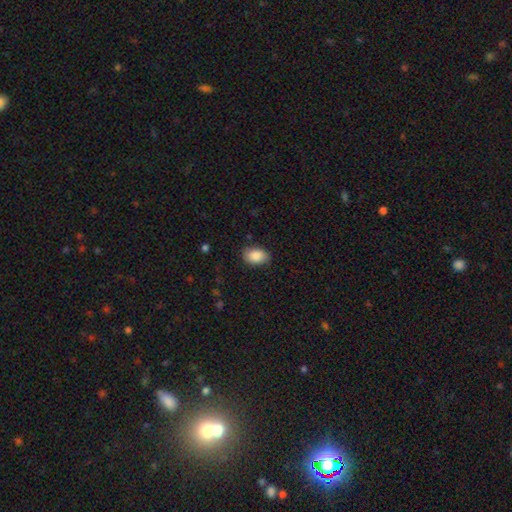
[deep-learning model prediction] Q: Smooth or featured?
A: smooth (88%); runner-up: star or artifact (7%)
Q: How rounded?
A: in between (87%); runner-up: round (12%)
Q: Merging?
A: none (86%); runner-up: minor disturbance (11%)